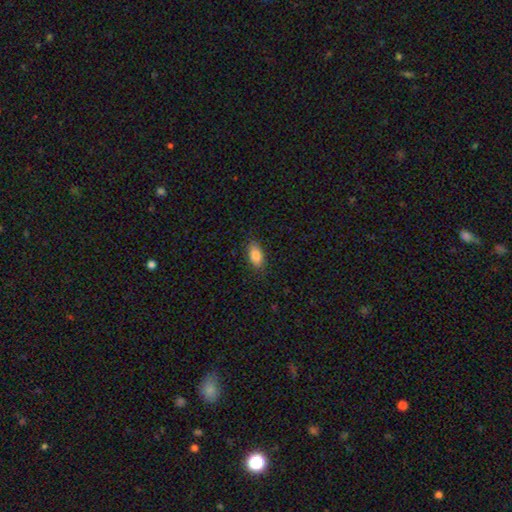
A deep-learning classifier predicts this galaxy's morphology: A smooth galaxy with no disk features (84%) that is in between round and cigar-shaped (91%). Merging: none (85%).